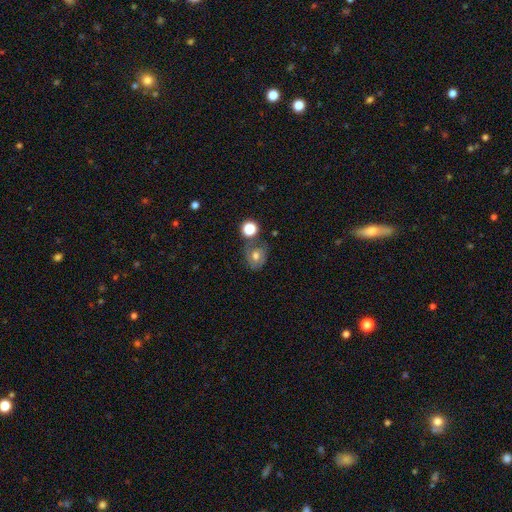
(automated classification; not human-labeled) Smooth or featured?
  - smooth: 54% *
  - featured or disk: 33%
  - star or artifact: 13%
How rounded?
  - round: 61% *
  - in between: 38%
  - cigar-shaped: 1%
Merging?
  - none: 56% *
  - minor disturbance: 20%
  - merger: 16%
  - major disturbance: 9%